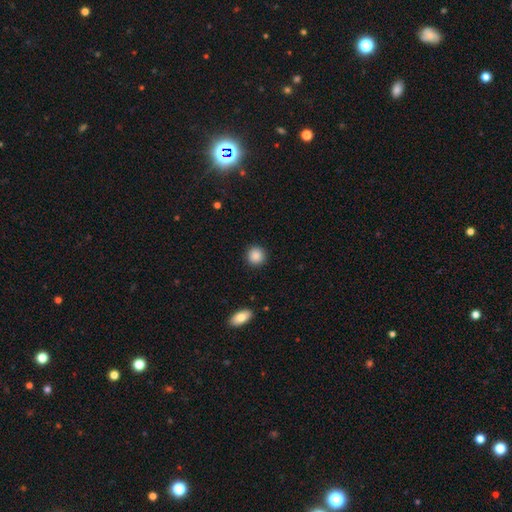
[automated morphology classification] Smooth or featured? smooth (88%)
How rounded? round (91%)
Merging? none (91%)